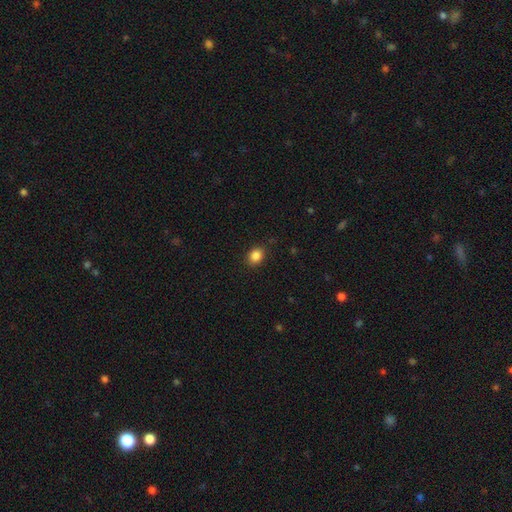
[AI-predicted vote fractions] smooth-or-featured: smooth: 86% | star or artifact: 10% | featured or disk: 4%
  how-rounded: round: 55% | in between: 44% | cigar-shaped: 1%
  merging: none: 87% | minor disturbance: 10% | major disturbance: 3% | merger: 1%